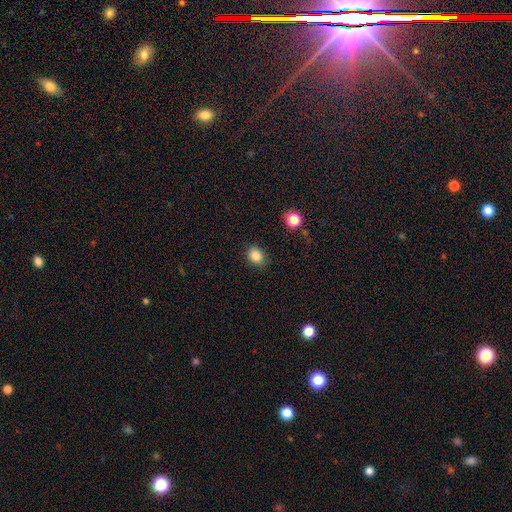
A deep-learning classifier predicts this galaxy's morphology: A smooth galaxy with no disk features (84%) that is round (50%, tied with in between).

Vote fractions:
- Smooth or featured? smooth: 84% / star or artifact: 11% / featured or disk: 5%
- How rounded? round: 50% (tied) / in between: 50% (tied) / cigar-shaped: 1%
- Merging? none: 86% / minor disturbance: 10% / major disturbance: 2% / merger: 1%